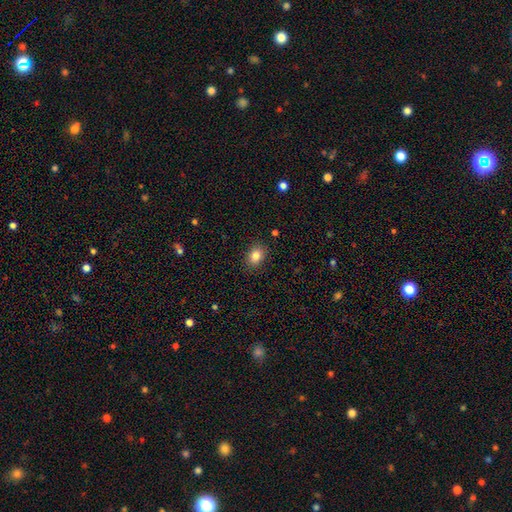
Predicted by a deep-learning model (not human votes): smooth 84%, star or artifact 10%, featured or disk 7%. Down the decision tree: how rounded — in between (69%); merging — none (88%).